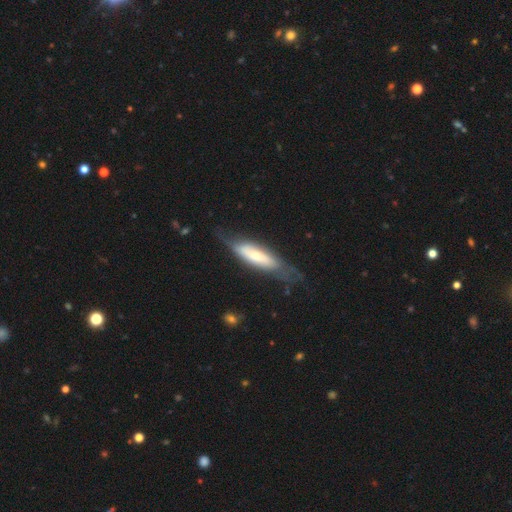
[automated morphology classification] type=featured or disk (52%); edge-on=no (57%); merging=none (59%).